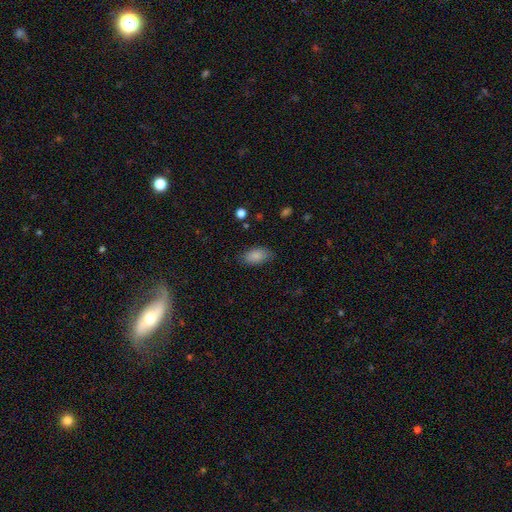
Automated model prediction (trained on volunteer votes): smooth 87%, star or artifact 8%, featured or disk 6%. Down the decision tree: how rounded — in between (93%); merging — none (81%).